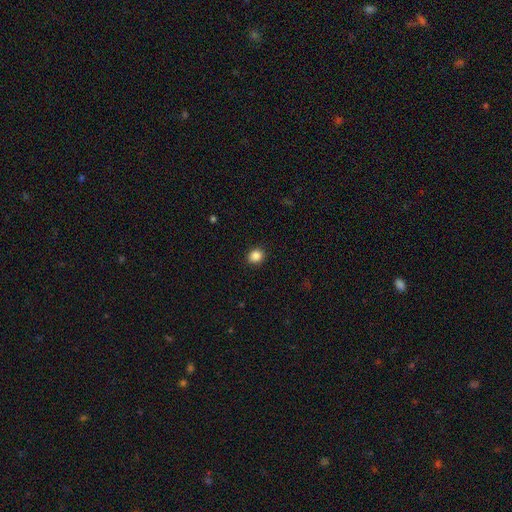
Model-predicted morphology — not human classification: Smooth or featured?
  - smooth: 87% *
  - star or artifact: 10%
  - featured or disk: 3%
How rounded?
  - round: 75% *
  - in between: 24%
  - cigar-shaped: 1%
Merging?
  - none: 90% *
  - minor disturbance: 7%
  - major disturbance: 2%
  - merger: 1%